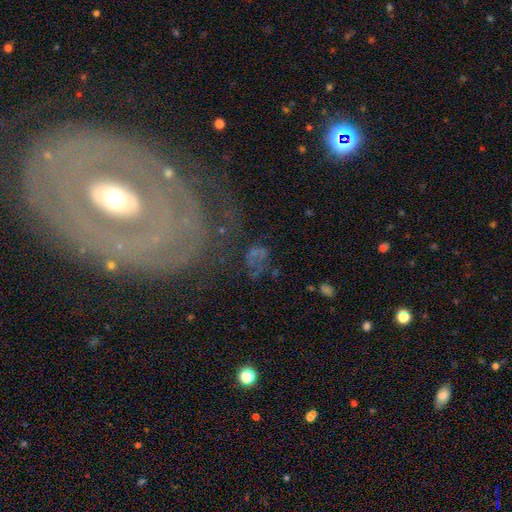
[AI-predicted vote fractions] Overall: featured or disk (38%; smooth 31%). Merging: none (48%; major disturbance 25%).